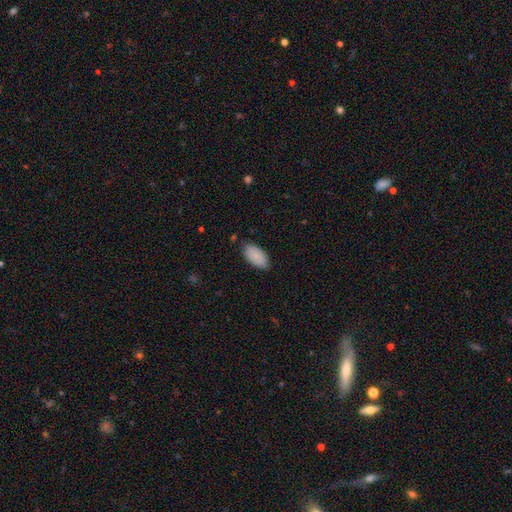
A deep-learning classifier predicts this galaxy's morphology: Smooth or featured? Predicted: smooth (p=0.88). How rounded? Predicted: in between (p=0.95). Merging? Predicted: none (p=0.83).